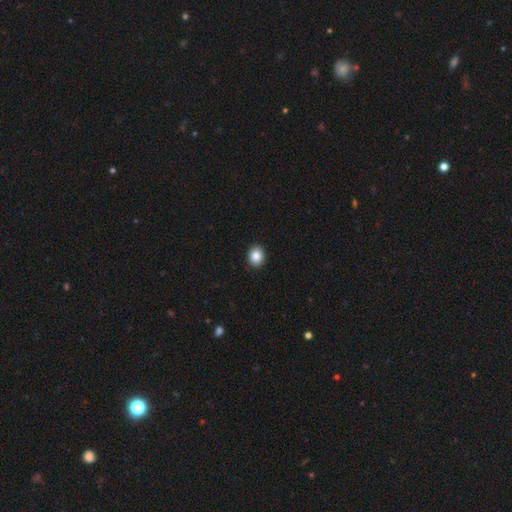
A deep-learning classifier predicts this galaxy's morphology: Smooth or featured? Predicted: smooth (p=0.85). How rounded? Predicted: round (p=0.67). Merging? Predicted: none (p=0.92).